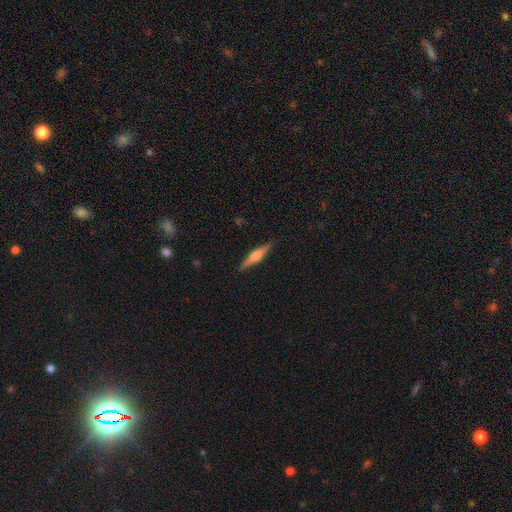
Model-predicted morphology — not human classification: Smooth or featured?
  - featured or disk: 58% *
  - smooth: 36%
  - star or artifact: 6%
Edge-on disk?
  - yes: 97% *
  - no: 3%
Edge-on bulge?
  - rounded: 86% *
  - boxy: 10%
  - none: 5%
Merging?
  - none: 89% *
  - minor disturbance: 8%
  - major disturbance: 2%
  - merger: 1%